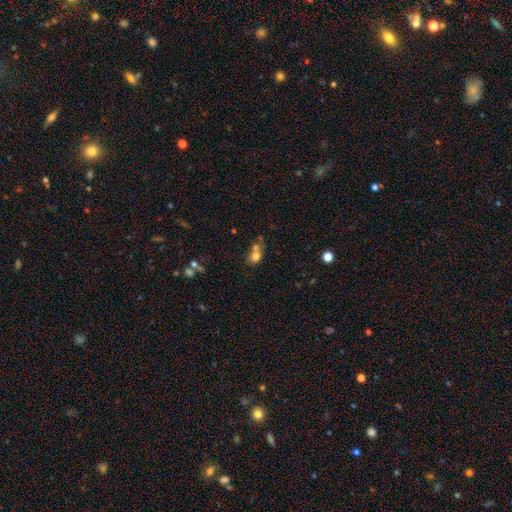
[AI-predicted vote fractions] smooth_or_featured: smooth (p=0.72) [alt: featured or disk p=0.16]
how_rounded: round (p=0.50) [alt: in between p=0.48]
merging: merger (p=0.50) [alt: none p=0.32]